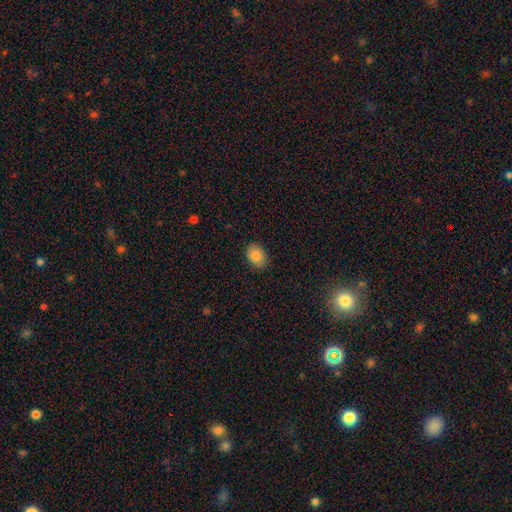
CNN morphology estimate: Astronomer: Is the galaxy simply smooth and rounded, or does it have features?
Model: smooth — 86%.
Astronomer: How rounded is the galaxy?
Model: in between — 77%.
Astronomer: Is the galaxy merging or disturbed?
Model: none — 88%.